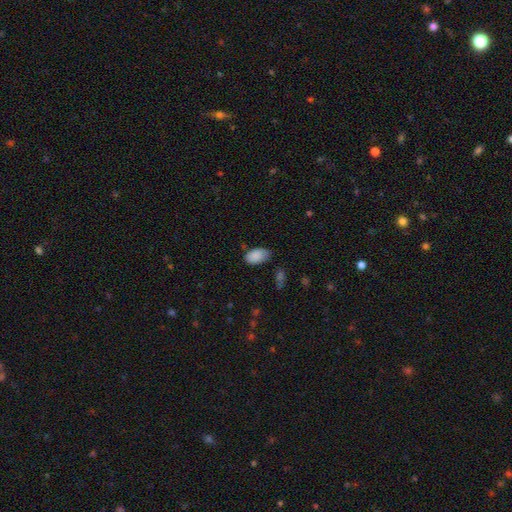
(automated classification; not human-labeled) The model was most divided on "merging": none: 63%, minor disturbance: 28%, major disturbance: 6%, merger: 3%. More confident: how rounded — in between (94%); smooth or featured — smooth (87%).